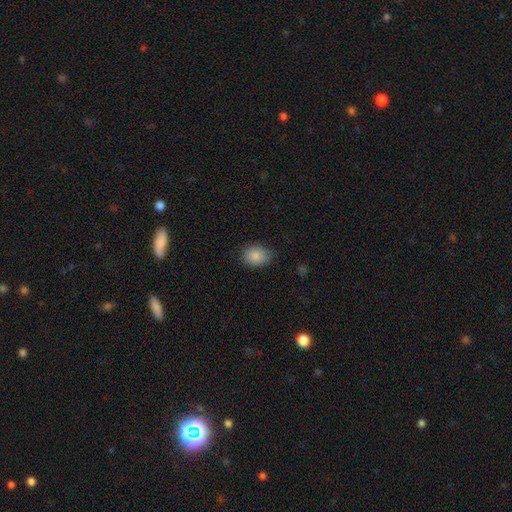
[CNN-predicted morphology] This is clearly a smooth galaxy (87%). How rounded: possibly in between (56%). Merging: likely none (77%).